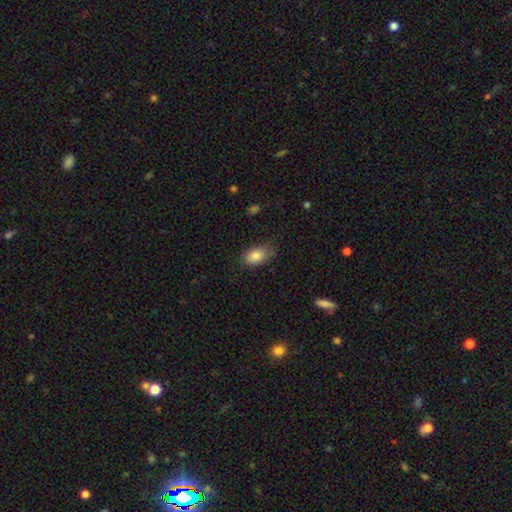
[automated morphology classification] Overall: smooth (84%). How rounded: in between (88%). Merging: none (72%).